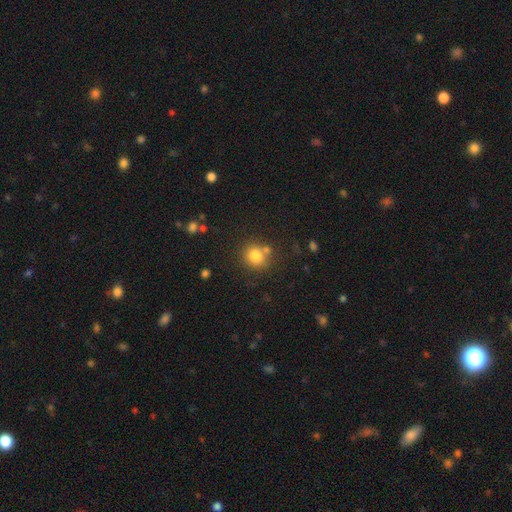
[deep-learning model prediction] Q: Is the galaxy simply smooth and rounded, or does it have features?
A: smooth — 80%.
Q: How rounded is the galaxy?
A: round — 87%.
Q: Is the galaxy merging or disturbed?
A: none — 70%.